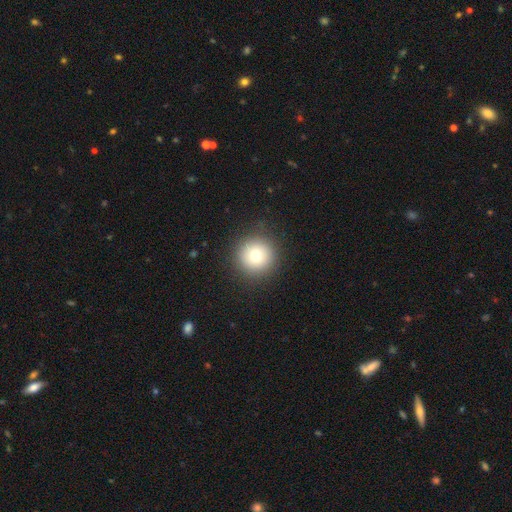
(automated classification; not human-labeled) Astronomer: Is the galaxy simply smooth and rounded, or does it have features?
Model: smooth — 74%.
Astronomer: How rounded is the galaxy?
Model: round — 96%.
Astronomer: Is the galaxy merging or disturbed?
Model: none — 90%.